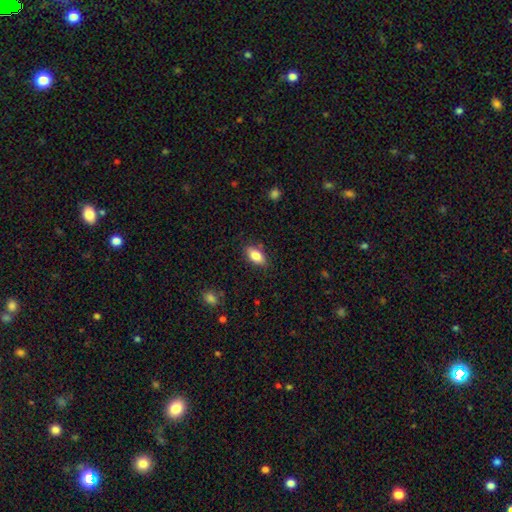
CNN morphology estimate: Overall: smooth (83%). How rounded: in between (89%). Merging: none (84%).